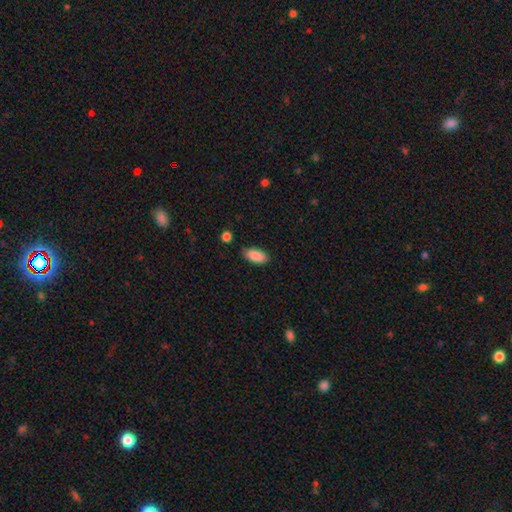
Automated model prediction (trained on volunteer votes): This appears to be a smooth galaxy with no disk features (89%) that is in between round and cigar-shaped (91%). Merging: none (82%).